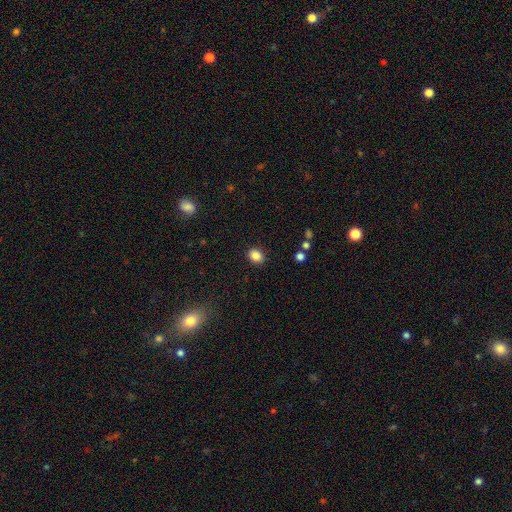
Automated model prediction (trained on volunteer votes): This is clearly a smooth galaxy (86%). How rounded: possibly in between (55%). Merging: clearly none (89%).